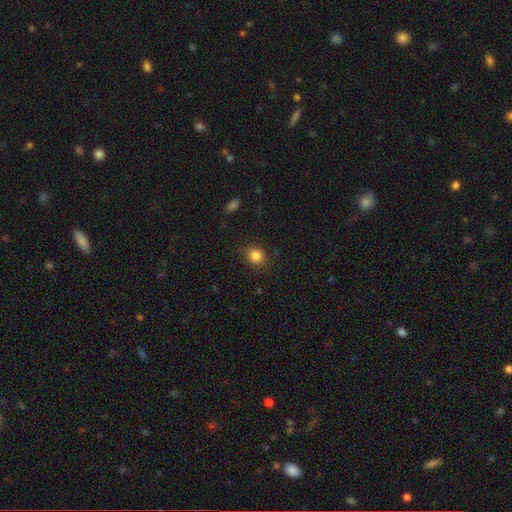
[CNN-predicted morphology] smooth-or-featured: smooth: 85% | star or artifact: 11% | featured or disk: 4%
  how-rounded: round: 79% | in between: 20% | cigar-shaped: 1%
  merging: none: 85% | minor disturbance: 10% | major disturbance: 3% | merger: 1%